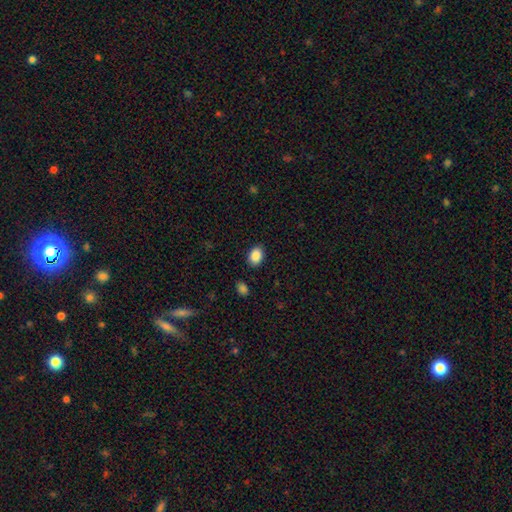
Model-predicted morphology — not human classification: smooth-or-featured: smooth: 88% | star or artifact: 8% | featured or disk: 4%
  how-rounded: in between: 74% | round: 25% | cigar-shaped: 1%
  merging: none: 88% | minor disturbance: 8% | major disturbance: 2% | merger: 2%